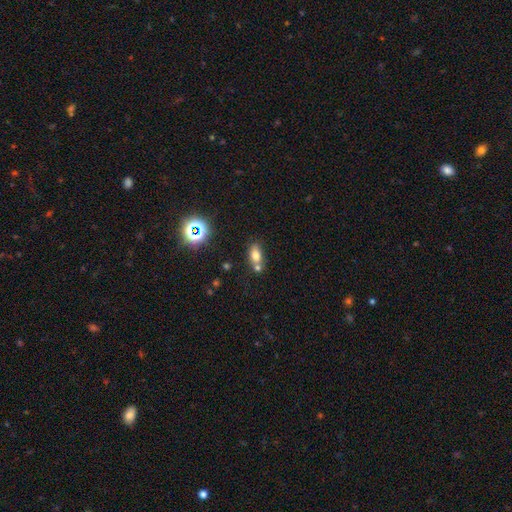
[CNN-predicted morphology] A smooth galaxy with no disk features (72%) that is in between round and cigar-shaped (79%). Merging: none (51%).